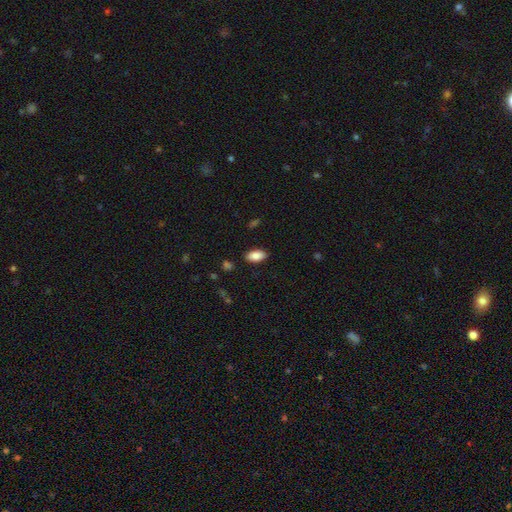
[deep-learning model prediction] This is clearly a smooth galaxy (86%). How rounded: clearly in between (92%). Merging: clearly none (87%).